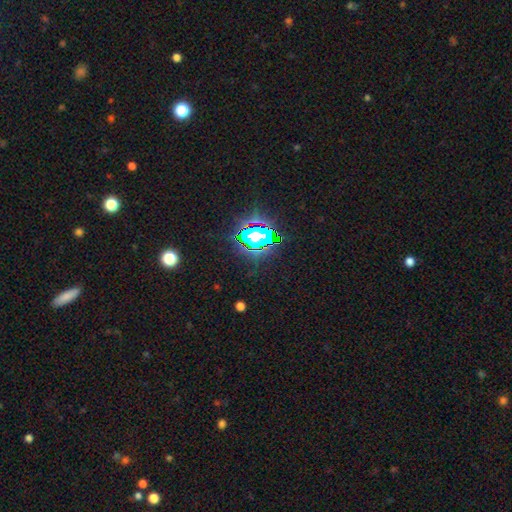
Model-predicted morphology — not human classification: A star or artifact, not a galaxy (76%).

Vote fractions:
- Smooth or featured? star or artifact: 76% / smooth: 15% / featured or disk: 9%